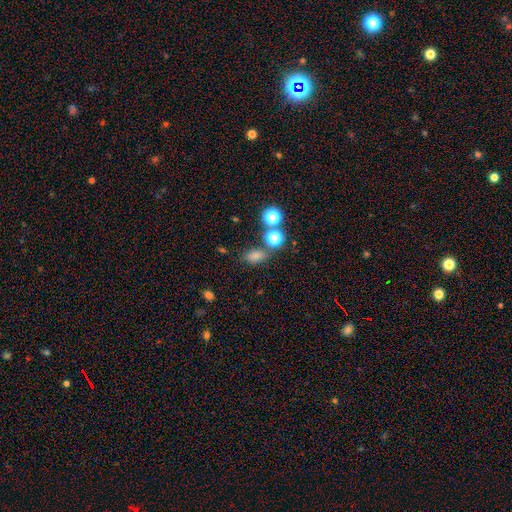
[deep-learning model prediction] smooth 73%, star or artifact 20%, featured or disk 6%. Down the decision tree: how rounded — in between (73%); merging — none (69%).